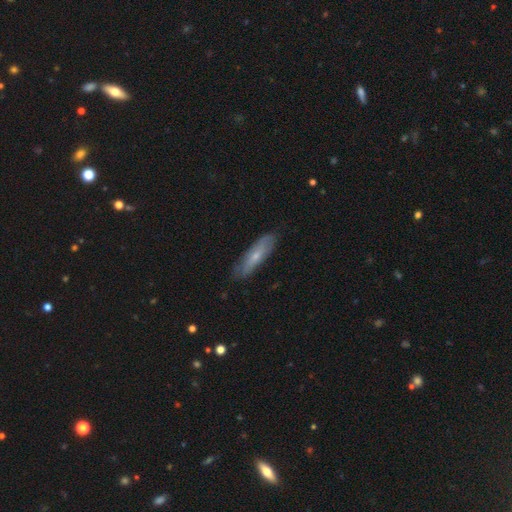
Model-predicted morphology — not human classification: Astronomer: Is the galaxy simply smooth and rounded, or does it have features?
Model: smooth — 53% (runner-up: featured or disk, 41%).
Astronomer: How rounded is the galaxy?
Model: cigar-shaped — 68%.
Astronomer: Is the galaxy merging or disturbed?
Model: none — 80%.